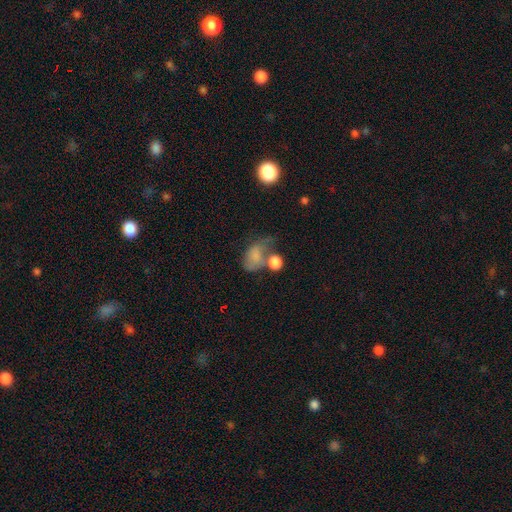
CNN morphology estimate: The model was most divided on "merging": merger: 31%, major disturbance: 27%, none: 23%, minor disturbance: 20%. More confident: how rounded — in between (74%); smooth or featured — smooth (65%).